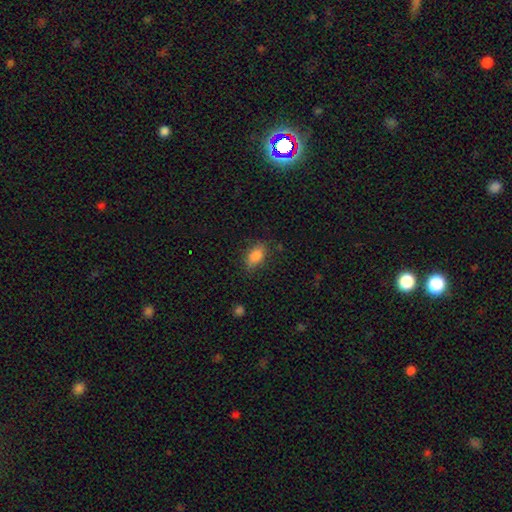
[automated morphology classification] Smooth or featured? smooth (85%)
How rounded? in between (87%)
Merging? none (78%)